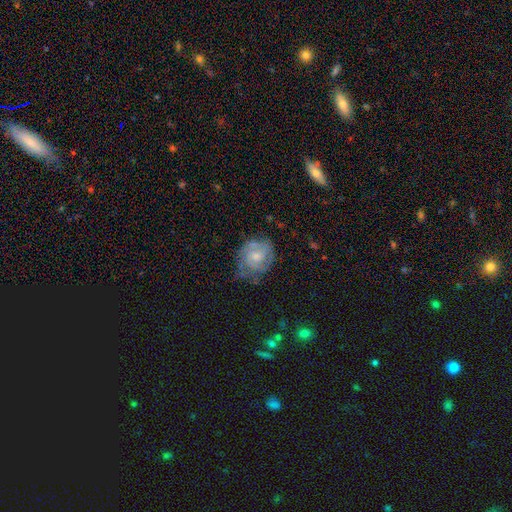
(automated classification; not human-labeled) Overall: featured or disk (60%; smooth 33%). Edge-on disk: no (97%). Bar: no (71%). Spiral arms: yes (77%). Bulge size: small (48%; moderate 43%). Merging: none (54%; minor disturbance 31%).